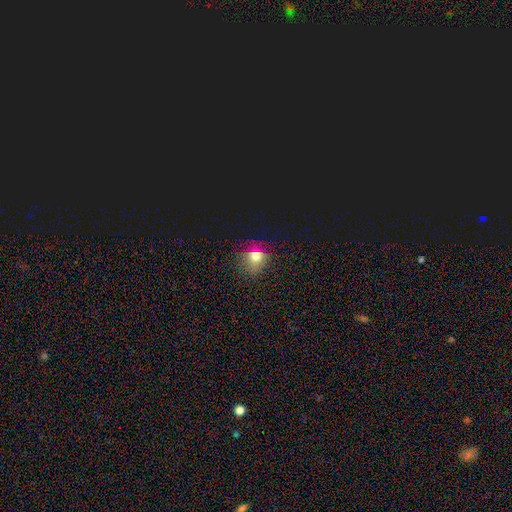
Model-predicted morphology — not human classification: Q: Smooth or featured?
A: smooth (67%); runner-up: star or artifact (25%)
Q: How rounded?
A: round (80%); runner-up: in between (19%)
Q: Merging?
A: none (76%); runner-up: minor disturbance (15%)